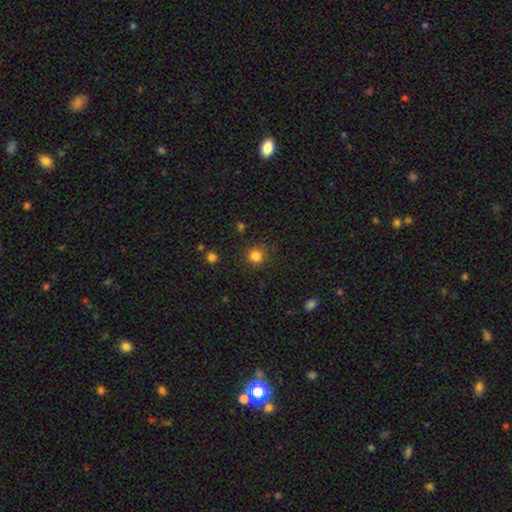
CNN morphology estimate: smooth 83%, star or artifact 13%, featured or disk 4%. Down the decision tree: how rounded — round (92%); merging — none (87%).